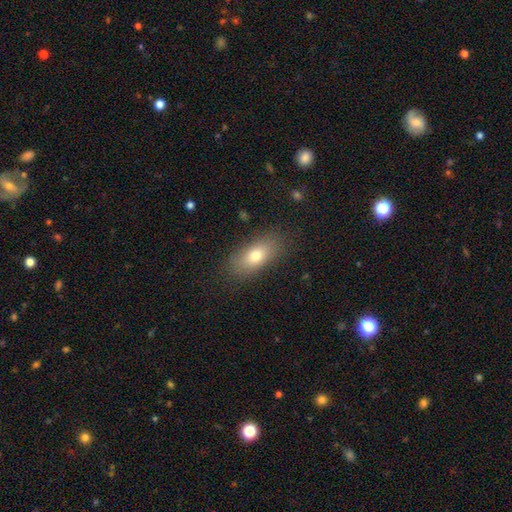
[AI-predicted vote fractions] Smooth or featured?
  - smooth: 74% *
  - featured or disk: 17%
  - star or artifact: 9%
How rounded?
  - in between: 82% *
  - cigar-shaped: 11%
  - round: 7%
Merging?
  - none: 83% *
  - minor disturbance: 12%
  - major disturbance: 4%
  - merger: 1%